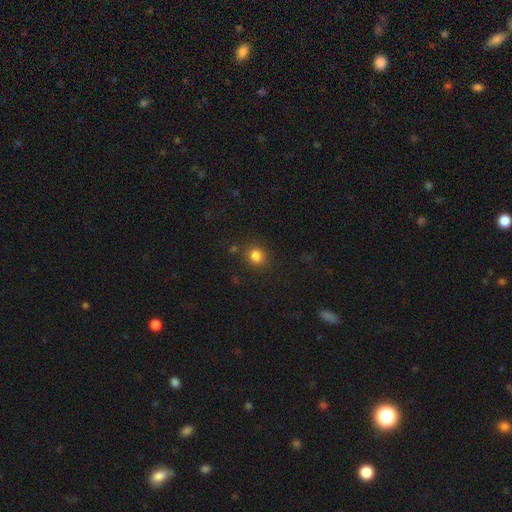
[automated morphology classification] Smooth or featured? Predicted: smooth (p=0.82). How rounded? Predicted: round (p=0.67). Merging? Predicted: none (p=0.74).